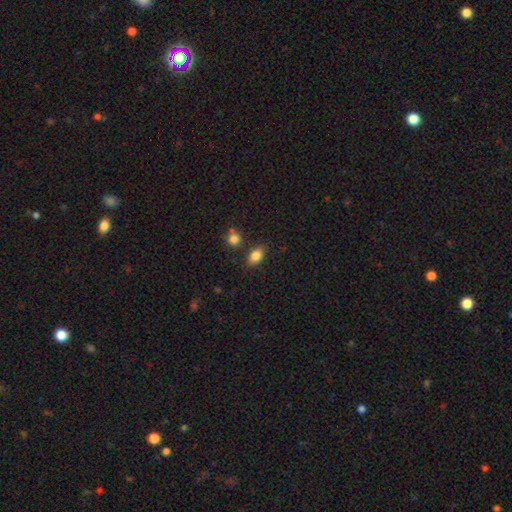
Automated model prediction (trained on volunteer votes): Smooth or featured: smooth — 84% (star or artifact — 10%)
How rounded: in between — 83% (round — 15%)
Merging: none — 79% (minor disturbance — 11%)